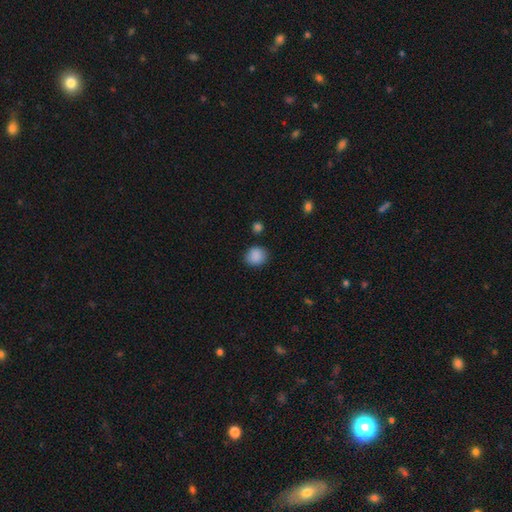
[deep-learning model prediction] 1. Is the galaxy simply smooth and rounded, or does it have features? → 87% smooth, 9% star or artifact, 4% featured or disk.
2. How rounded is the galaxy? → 77% round, 22% in between, 1% cigar-shaped.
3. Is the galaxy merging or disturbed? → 81% none, 13% minor disturbance, 3% major disturbance, 3% merger.